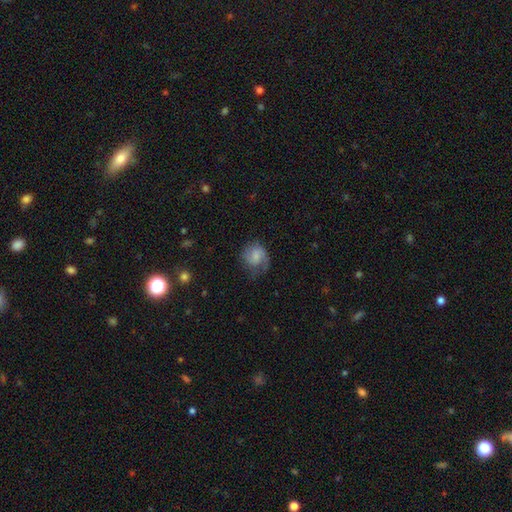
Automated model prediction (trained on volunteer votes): smooth_or_featured: smooth (p=0.48) [alt: featured or disk p=0.44]
merging: none (p=0.53) [alt: minor disturbance p=0.27]